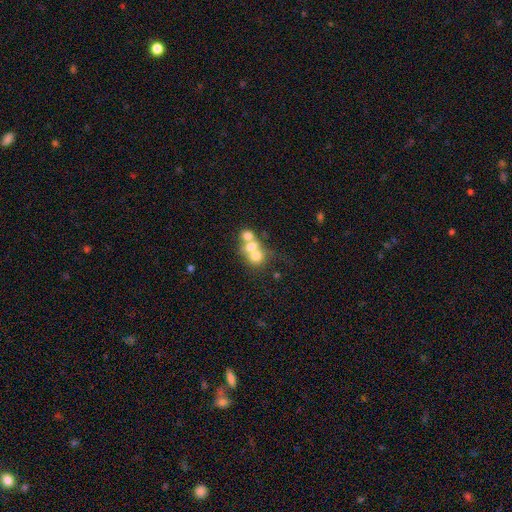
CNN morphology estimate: smooth 63%, featured or disk 25%, star or artifact 12%. Down the decision tree: how rounded — round (72%); merging — merger (66%).